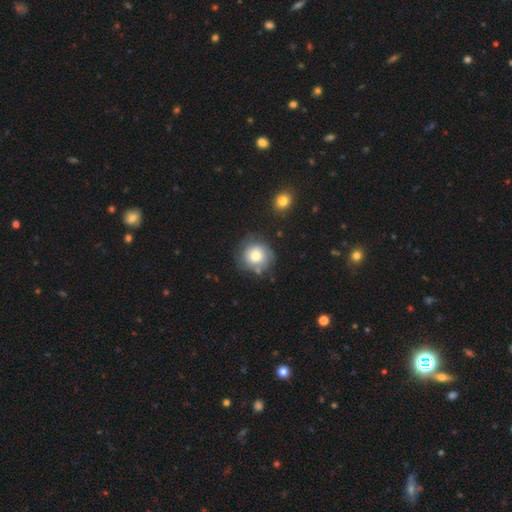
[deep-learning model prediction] Smooth or featured? smooth (67%)
How rounded? round (90%)
Merging? none (70%)